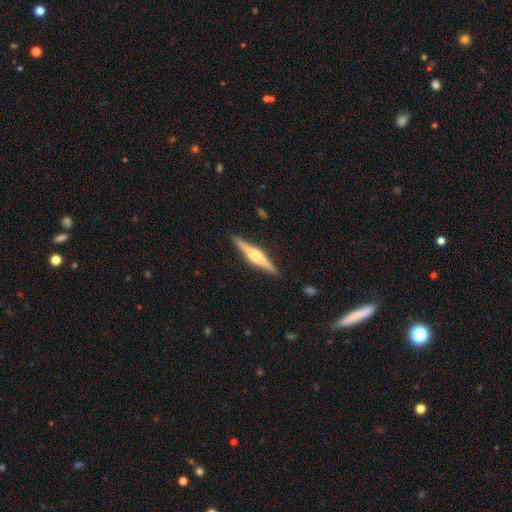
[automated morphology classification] Smooth or featured?
  - featured or disk: 72% *
  - smooth: 23%
  - star or artifact: 5%
Edge-on disk?
  - yes: 98% *
  - no: 2%
Edge-on bulge?
  - rounded: 88% *
  - boxy: 9%
  - none: 3%
Merging?
  - none: 91% *
  - minor disturbance: 7%
  - major disturbance: 1%
  - merger: 1%